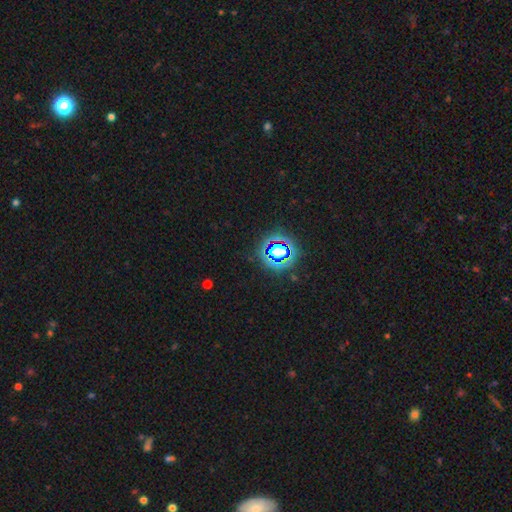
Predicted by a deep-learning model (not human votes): A star or artifact, not a galaxy (78%).